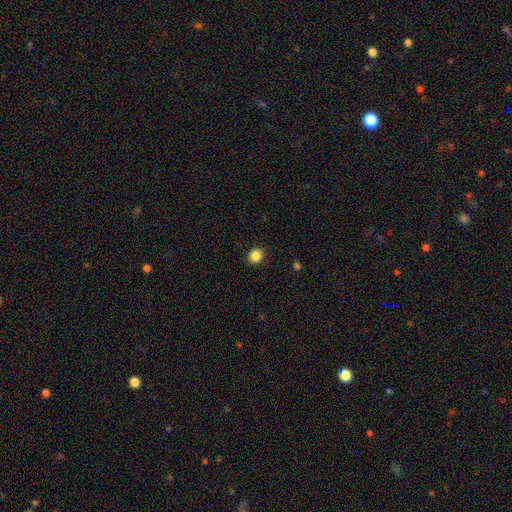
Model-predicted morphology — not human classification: Smooth or featured?
  - smooth: 87% *
  - star or artifact: 10%
  - featured or disk: 3%
How rounded?
  - round: 71% *
  - in between: 28%
  - cigar-shaped: 1%
Merging?
  - none: 89% *
  - minor disturbance: 8%
  - major disturbance: 2%
  - merger: 1%